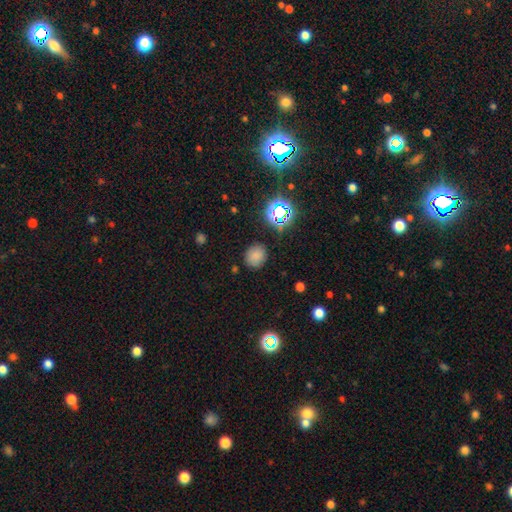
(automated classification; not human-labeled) Q: Smooth or featured?
A: smooth (75%); runner-up: star or artifact (19%)
Q: How rounded?
A: round (70%); runner-up: in between (29%)
Q: Merging?
A: none (83%); runner-up: minor disturbance (11%)